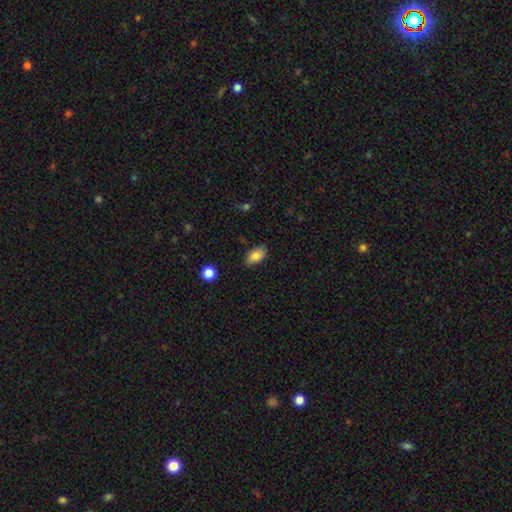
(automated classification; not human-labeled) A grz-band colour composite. It shows a smooth galaxy with no disk features (84%) that is in between round and cigar-shaped (92%). Merging: none (83%).